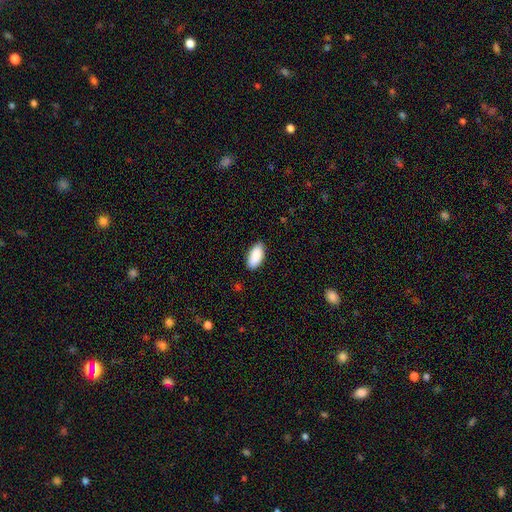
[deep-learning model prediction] Smooth or featured?
  - smooth: 90% *
  - star or artifact: 6%
  - featured or disk: 4%
How rounded?
  - in between: 93% *
  - cigar-shaped: 5%
  - round: 2%
Merging?
  - none: 86% *
  - minor disturbance: 11%
  - major disturbance: 2%
  - merger: 1%